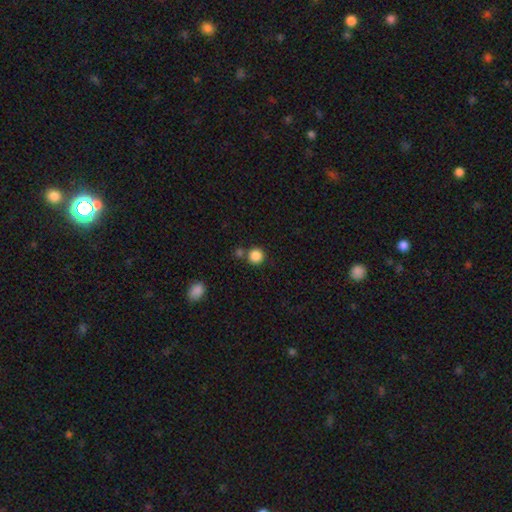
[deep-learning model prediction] A smooth galaxy with no disk features (86%) that is round (93%). Merging: none (73%).